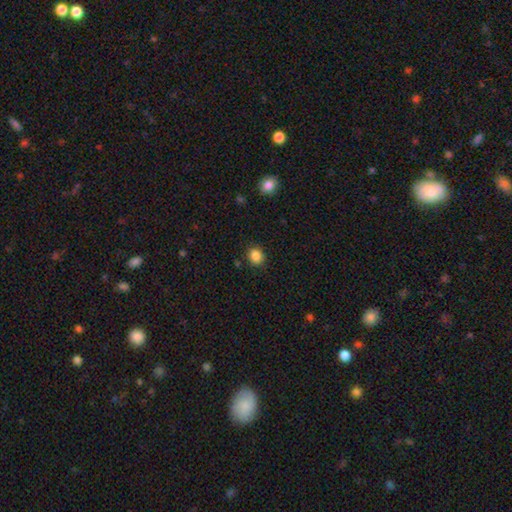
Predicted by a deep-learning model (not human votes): smooth 86%, star or artifact 11%, featured or disk 4%. Down the decision tree: how rounded — round (68%); merging — none (89%).